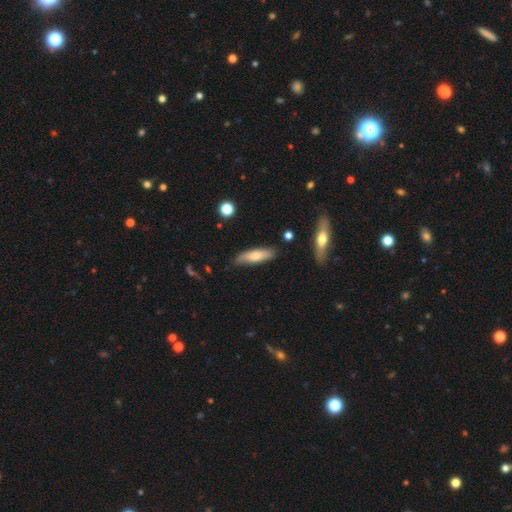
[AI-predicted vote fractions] Smooth or featured: smooth — 66% (featured or disk — 28%)
How rounded: cigar-shaped — 59% (in between — 39%)
Merging: none — 78% (minor disturbance — 17%)